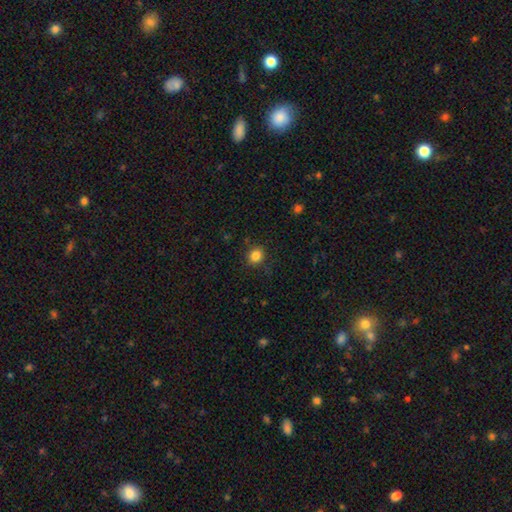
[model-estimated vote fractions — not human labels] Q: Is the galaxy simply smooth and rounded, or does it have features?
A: smooth — 84%.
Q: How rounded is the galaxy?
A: round — 72%.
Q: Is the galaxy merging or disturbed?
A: none — 85%.